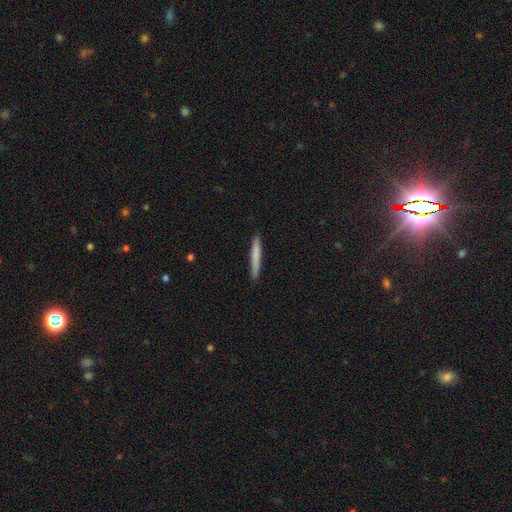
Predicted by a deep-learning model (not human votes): smooth-or-featured: smooth: 76% | featured or disk: 18% | star or artifact: 5%
  how-rounded: cigar-shaped: 96% | in between: 2% | round: 1%
  merging: none: 92% | minor disturbance: 6% | major disturbance: 1% | merger: 1%